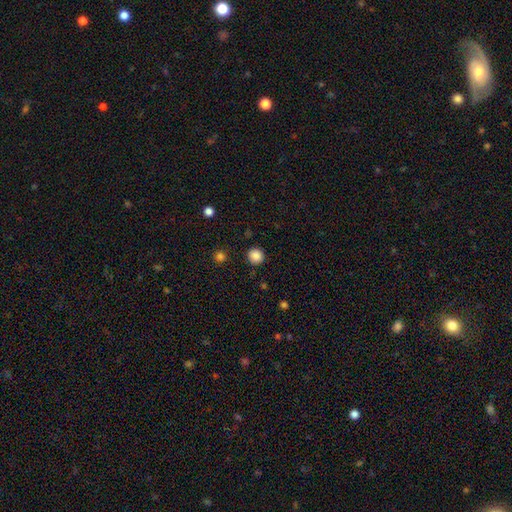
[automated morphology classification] This is clearly a smooth galaxy (87%). How rounded: clearly round (92%). Merging: clearly none (90%).